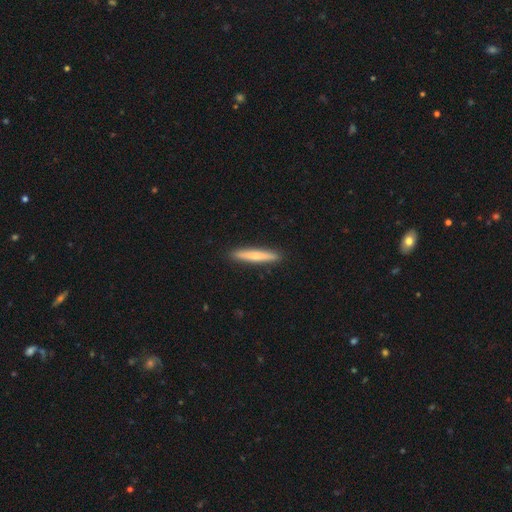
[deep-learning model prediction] Smooth or featured?
  - smooth: 62% *
  - featured or disk: 33%
  - star or artifact: 5%
How rounded?
  - cigar-shaped: 94% *
  - in between: 5%
  - round: 1%
Merging?
  - none: 92% *
  - minor disturbance: 6%
  - major disturbance: 1%
  - merger: 1%